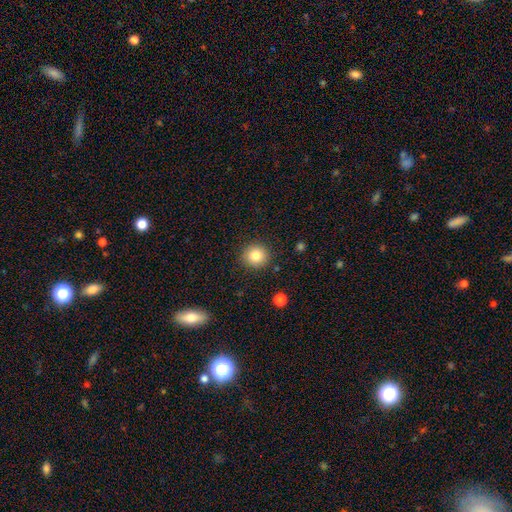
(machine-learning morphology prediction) smooth-or-featured: smooth: 82% | star or artifact: 10% | featured or disk: 7%
  how-rounded: round: 91% | in between: 8% | cigar-shaped: 1%
  merging: none: 89% | minor disturbance: 7% | major disturbance: 2% | merger: 1%